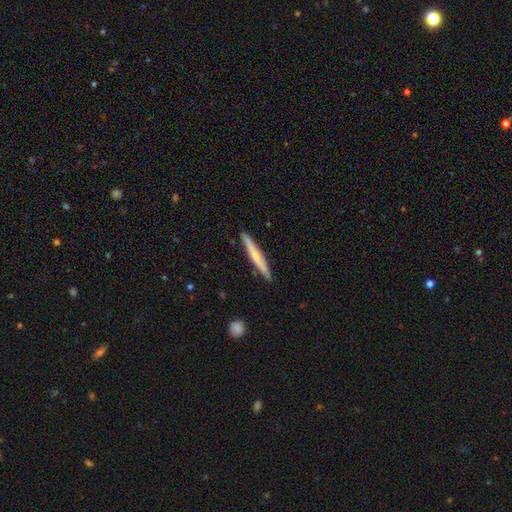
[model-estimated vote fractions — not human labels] Q: Smooth or featured?
A: smooth (47%); tied with: featured or disk (47%)
Q: Merging?
A: none (90%); runner-up: minor disturbance (8%)